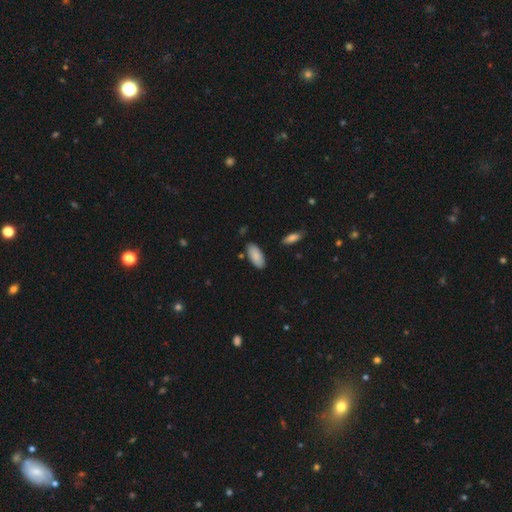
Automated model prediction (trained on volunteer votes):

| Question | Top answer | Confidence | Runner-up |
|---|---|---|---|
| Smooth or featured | smooth | 87% | featured or disk (7%) |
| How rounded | in between | 90% | cigar-shaped (8%) |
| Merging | none | 83% | minor disturbance (12%) |